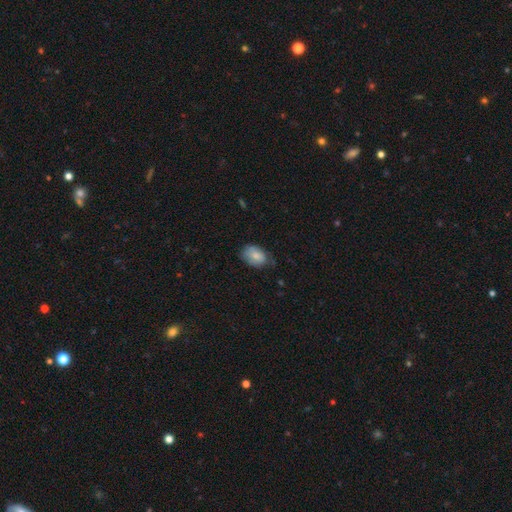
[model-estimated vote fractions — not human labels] This is likely a smooth galaxy (77%). How rounded: clearly in between (83%). Merging: possibly none (57%).